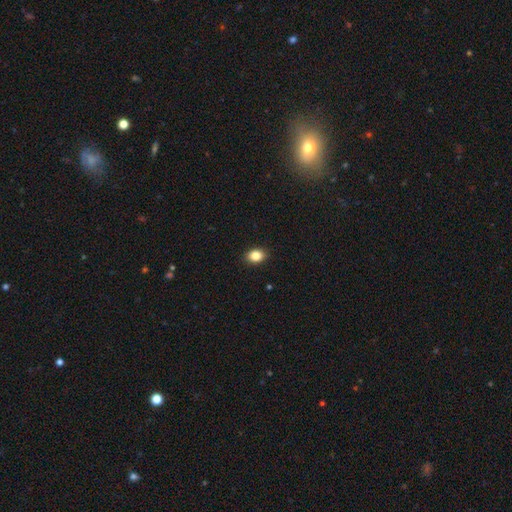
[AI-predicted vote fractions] The model was most divided on "how rounded": in between: 68%, round: 31%, cigar-shaped: 1%. More confident: merging — none (90%); smooth or featured — smooth (85%).